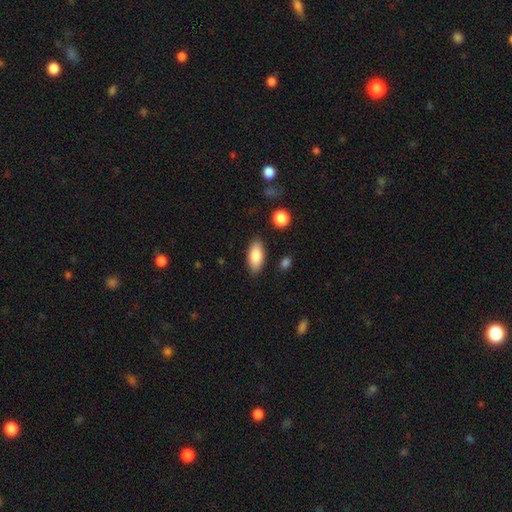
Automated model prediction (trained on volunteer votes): This appears to be a smooth galaxy with no disk features (85%) that is in between round and cigar-shaped (87%). Merging: none (86%).